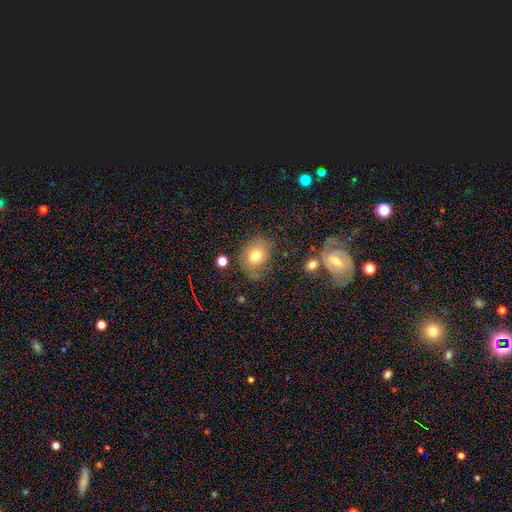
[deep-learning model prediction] Q: Smooth or featured?
A: smooth (74%); runner-up: featured or disk (15%)
Q: How rounded?
A: round (50%); runner-up: in between (49%)
Q: Merging?
A: none (65%); runner-up: minor disturbance (23%)